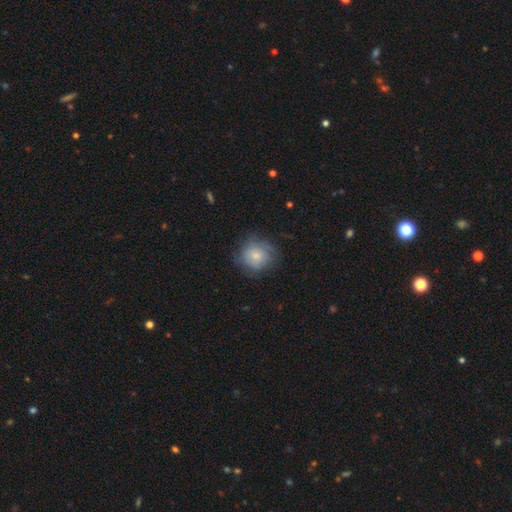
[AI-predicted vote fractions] This is likely a smooth galaxy (64%). How rounded: clearly round (89%). Merging: likely none (69%).